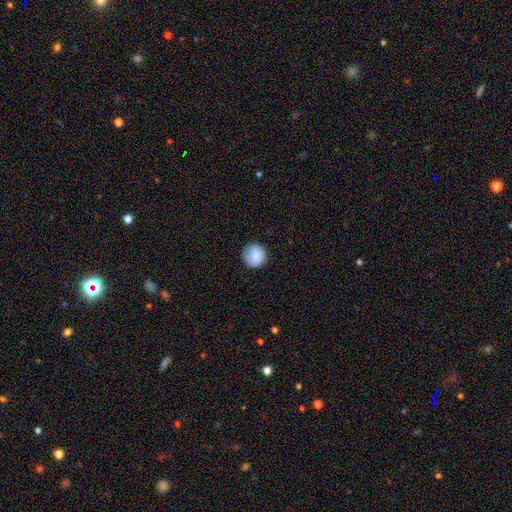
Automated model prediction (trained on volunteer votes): Overall: smooth (85%). How rounded: round (93%). Merging: none (84%).